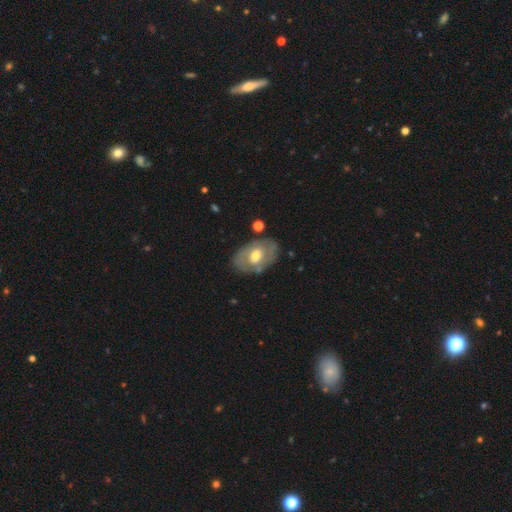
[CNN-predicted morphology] smooth-or-featured: featured or disk: 56% | smooth: 39% | star or artifact: 6%
  disk-edge-on: no: 93% | yes: 7%
    bar: no: 58% | weak: 33% | strong: 8%
    has-spiral-arms: no: 57% | yes: 43%
    bulge-size: moderate: 70% | small: 16% | large: 12% | none: 1% | dominant: 1%
  merging: none: 72% | minor disturbance: 18% | major disturbance: 6% | merger: 3%